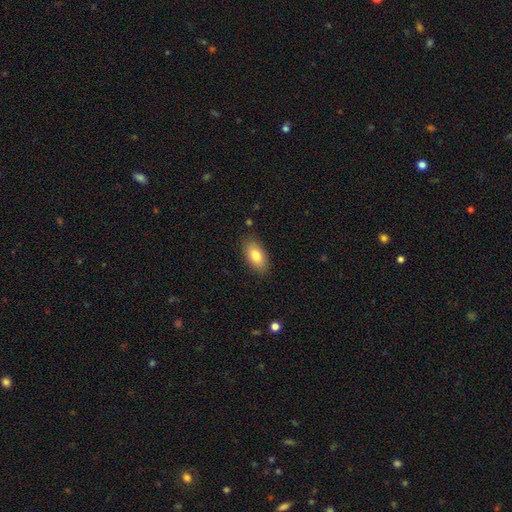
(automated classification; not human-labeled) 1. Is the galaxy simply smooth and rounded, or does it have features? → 80% smooth, 13% featured or disk, 7% star or artifact.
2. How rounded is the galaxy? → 91% in between, 5% cigar-shaped, 4% round.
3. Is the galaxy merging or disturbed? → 86% none, 10% minor disturbance, 2% major disturbance, 1% merger.